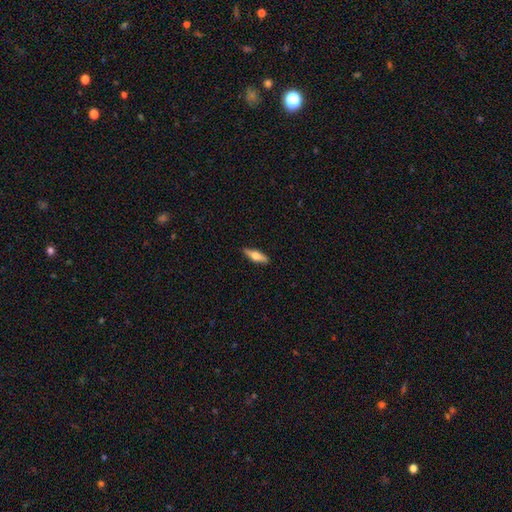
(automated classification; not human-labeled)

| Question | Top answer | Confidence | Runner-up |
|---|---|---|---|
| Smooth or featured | featured or disk | 49% | smooth (45%) |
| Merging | none | 89% | minor disturbance (8%) |